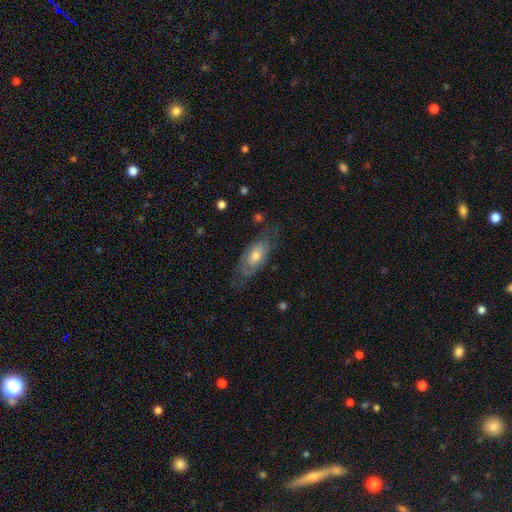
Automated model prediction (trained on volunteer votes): A smooth galaxy with no disk features (51%) that is in between round and cigar-shaped (79%).

Vote fractions:
- Smooth or featured? smooth: 51% / featured or disk: 41% / star or artifact: 7%
- How rounded? in between: 79% / cigar-shaped: 17% / round: 4%
- Merging? none: 64% / minor disturbance: 24% / major disturbance: 10% / merger: 2%